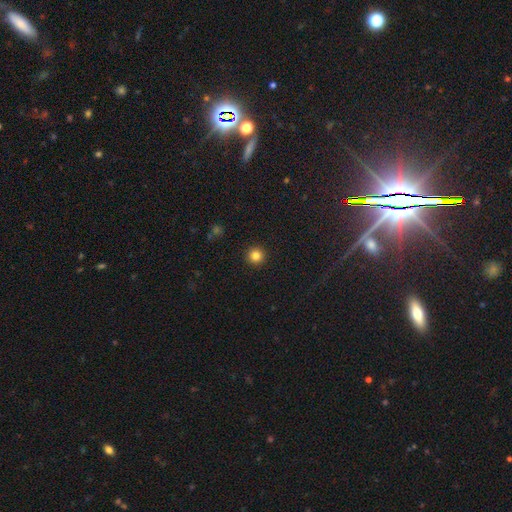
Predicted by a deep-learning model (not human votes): smooth 83%, star or artifact 12%, featured or disk 5%. Down the decision tree: how rounded — round (96%); merging — none (93%).